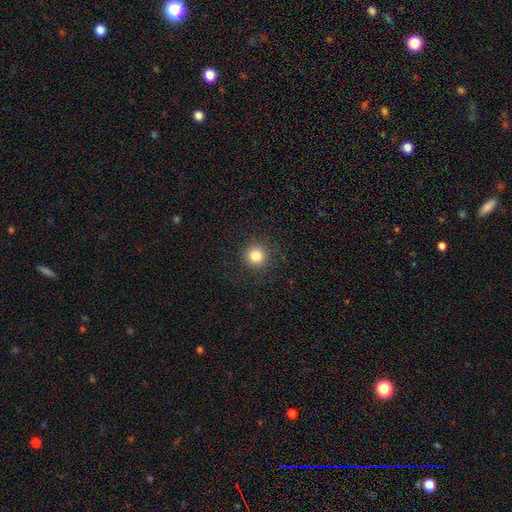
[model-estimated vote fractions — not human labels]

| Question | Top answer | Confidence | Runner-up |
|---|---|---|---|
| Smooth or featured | smooth | 84% | star or artifact (11%) |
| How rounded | round | 95% | in between (4%) |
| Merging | none | 89% | minor disturbance (7%) |